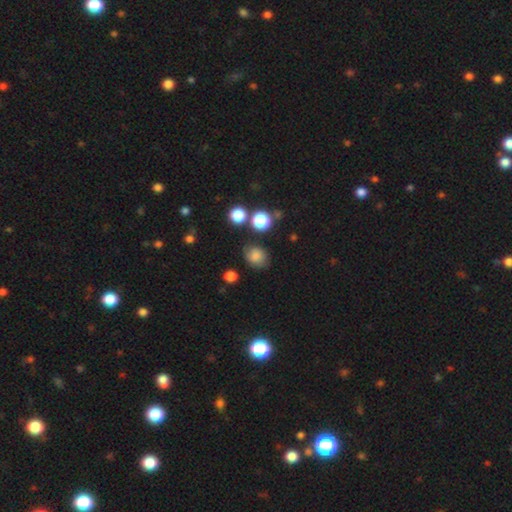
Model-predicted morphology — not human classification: smooth-or-featured: smooth: 78% | star or artifact: 13% | featured or disk: 10%
  how-rounded: round: 58% | in between: 41% | cigar-shaped: 1%
  merging: none: 73% | minor disturbance: 18% | major disturbance: 5% | merger: 4%